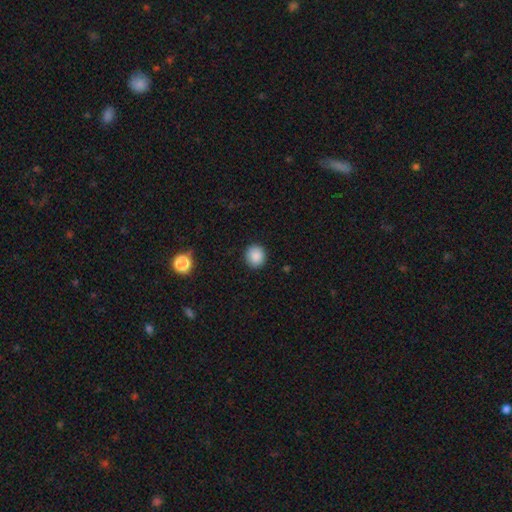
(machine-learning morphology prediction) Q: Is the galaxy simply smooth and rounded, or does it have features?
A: smooth — 88%.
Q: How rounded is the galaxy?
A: round — 88%.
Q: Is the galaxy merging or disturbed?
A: none — 91%.